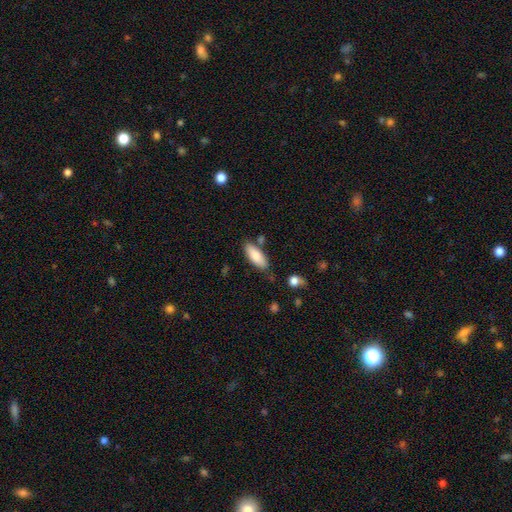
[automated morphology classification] Smooth or featured? smooth (82%)
How rounded? in between (75%)
Merging? none (77%)